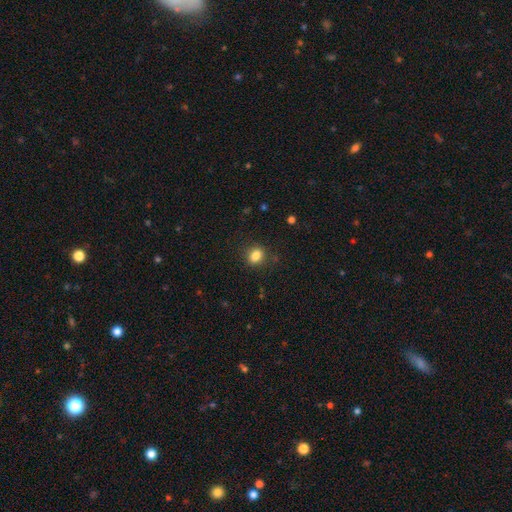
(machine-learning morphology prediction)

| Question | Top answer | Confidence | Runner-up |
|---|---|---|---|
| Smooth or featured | smooth | 84% | star or artifact (11%) |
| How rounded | in between | 60% | round (38%) |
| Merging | none | 84% | minor disturbance (11%) |